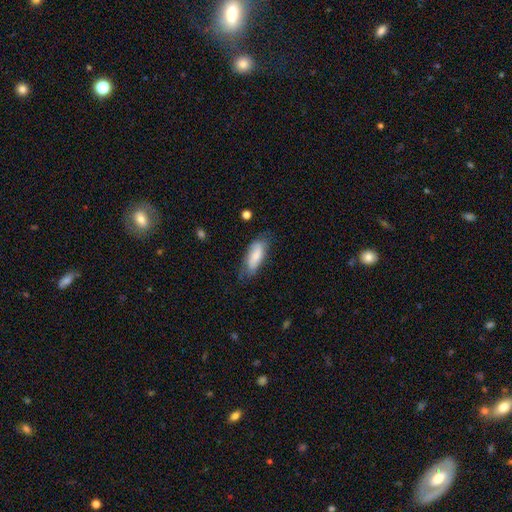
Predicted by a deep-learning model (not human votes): smooth_or_featured: smooth (p=0.71) [alt: featured or disk p=0.22]
how_rounded: in between (p=0.75) [alt: cigar-shaped p=0.23]
merging: none (p=0.60) [alt: minor disturbance p=0.29]